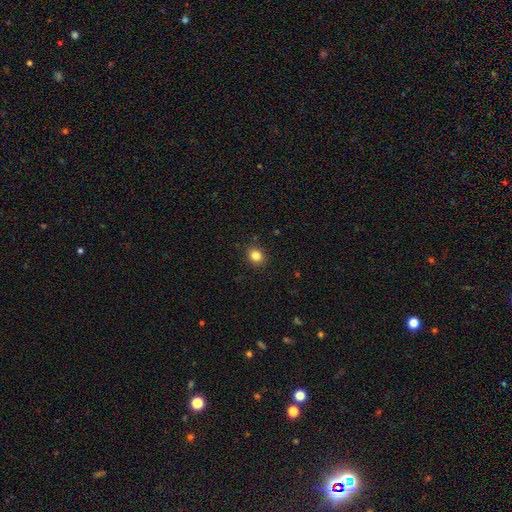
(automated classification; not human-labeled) A smooth galaxy with no disk features (83%) that is round (63%). Merging: none (90%).